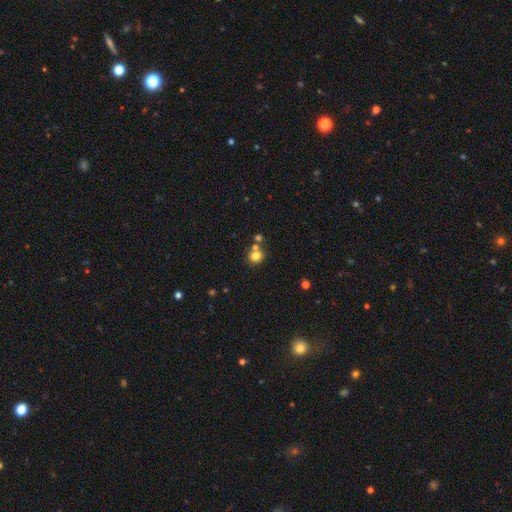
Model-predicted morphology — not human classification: Overall: smooth (78%). How rounded: round (84%). Merging: none (64%).